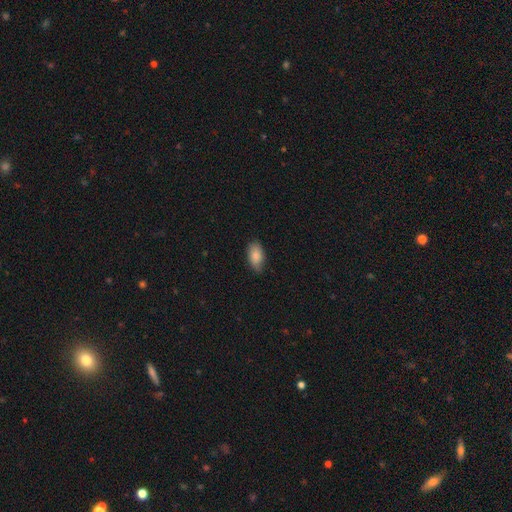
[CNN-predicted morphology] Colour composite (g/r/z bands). It shows a smooth galaxy with no disk features (85%) that is in between round and cigar-shaped (92%). Merging: none (73%).